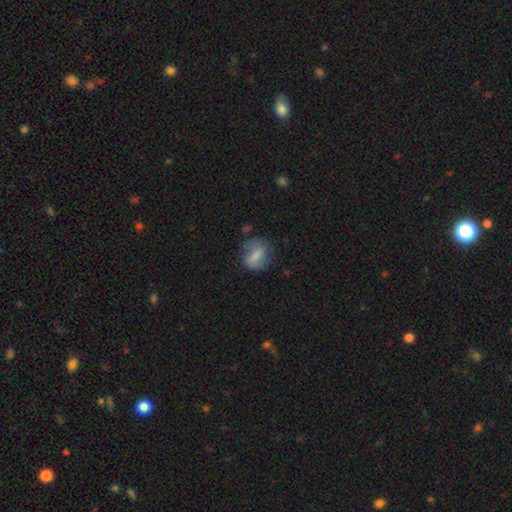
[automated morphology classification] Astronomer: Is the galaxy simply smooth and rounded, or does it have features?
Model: smooth — 65%.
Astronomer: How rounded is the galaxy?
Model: in between — 52% (runner-up: round, 44%).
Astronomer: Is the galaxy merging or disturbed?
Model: none — 64%.